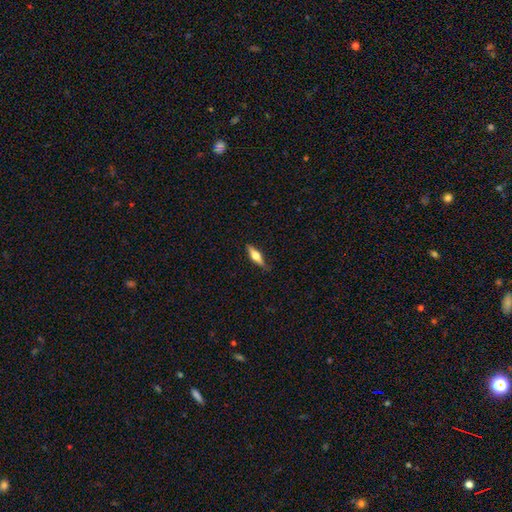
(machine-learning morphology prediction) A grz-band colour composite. It shows a smooth galaxy with no disk features (47%, tied with featured or disk). Merging: none (83%).